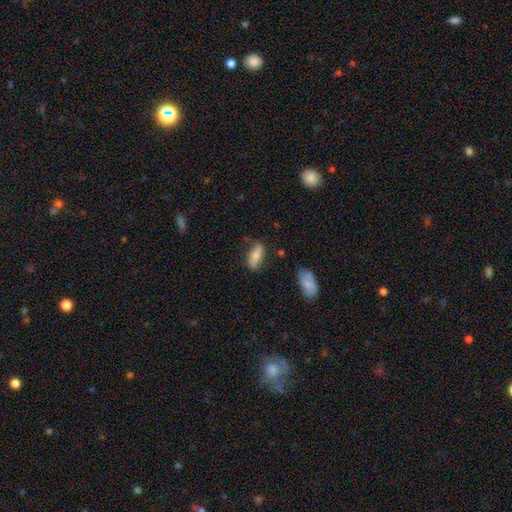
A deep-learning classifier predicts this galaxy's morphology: type=smooth (76%); roundness=in between (79%); merging=none (69%).